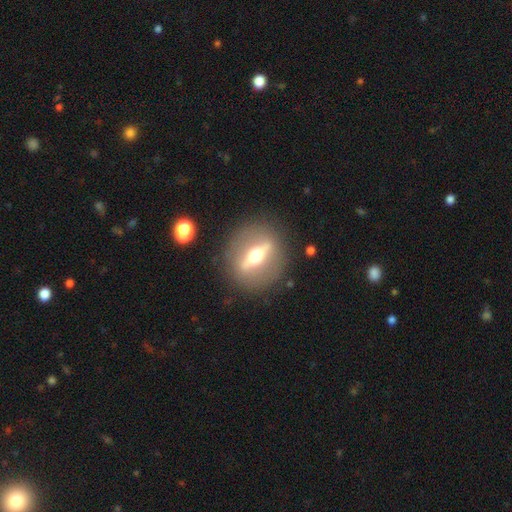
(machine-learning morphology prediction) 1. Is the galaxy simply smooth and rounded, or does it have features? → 77% featured or disk, 16% smooth, 7% star or artifact.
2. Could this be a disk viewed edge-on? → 60% yes, 40% no.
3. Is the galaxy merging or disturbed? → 85% none, 8% minor disturbance, 5% major disturbance, 2% merger.